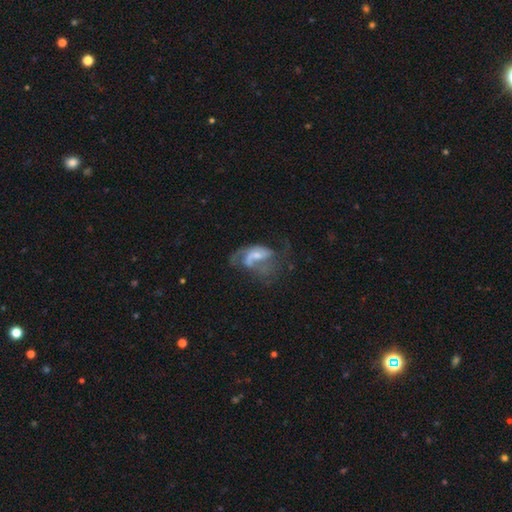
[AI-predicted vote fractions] featured or disk 70%, smooth 21%, star or artifact 9%. Down the decision tree: edge-on disk — no (97%); bar — weak (44%); spiral arms — yes (76%); spiral arm count — 2 (43%); spiral winding — loose (50%); bulge size — small (41%); merging — major disturbance (48%).